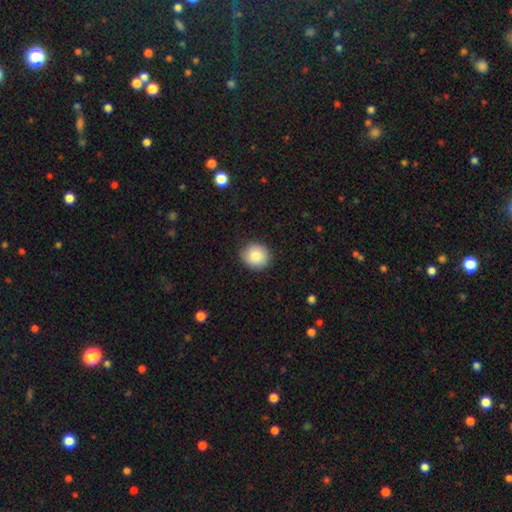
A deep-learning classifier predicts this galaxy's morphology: Smooth or featured?
  - smooth: 83% *
  - featured or disk: 9%
  - star or artifact: 8%
How rounded?
  - round: 85% *
  - in between: 14%
  - cigar-shaped: 1%
Merging?
  - none: 87% *
  - minor disturbance: 10%
  - major disturbance: 2%
  - merger: 1%